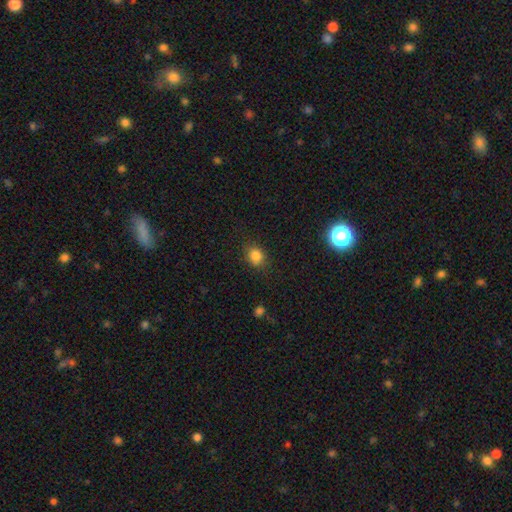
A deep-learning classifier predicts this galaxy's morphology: A smooth galaxy with no disk features (82%) that is round (61%).

Vote fractions:
- Smooth or featured? smooth: 82% / star or artifact: 13% / featured or disk: 6%
- How rounded? round: 61% / in between: 38% / cigar-shaped: 1%
- Merging? none: 82% / minor disturbance: 13% / major disturbance: 3% / merger: 1%